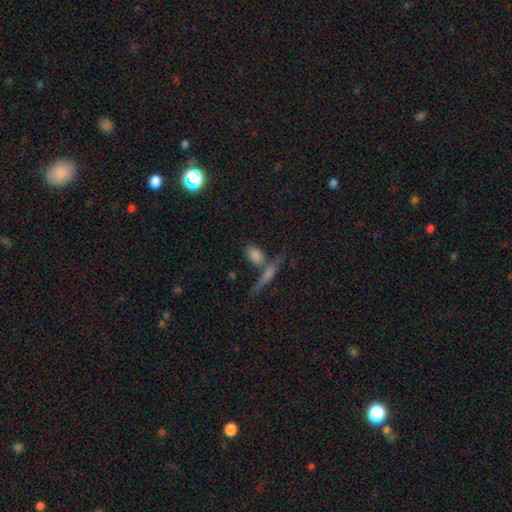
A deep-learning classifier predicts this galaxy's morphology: A smooth galaxy with no disk features (71%) that is in between round and cigar-shaped (68%). Merging: none (51%).